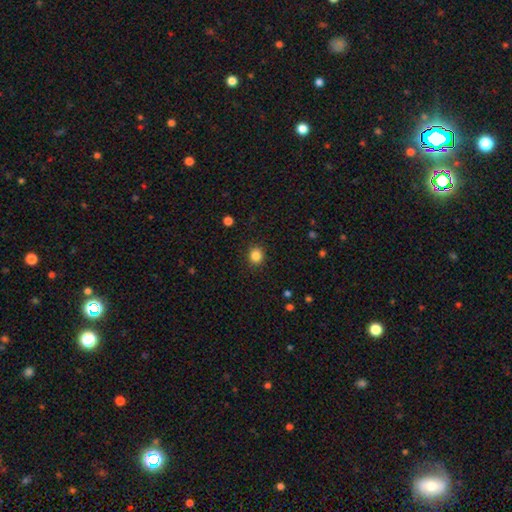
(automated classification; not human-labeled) A smooth galaxy with no disk features (85%) that is round (81%).

Vote fractions:
- Smooth or featured? smooth: 85% / star or artifact: 11% / featured or disk: 4%
- How rounded? round: 81% / in between: 18% / cigar-shaped: 1%
- Merging? none: 90% / minor disturbance: 7% / major disturbance: 2% / merger: 1%